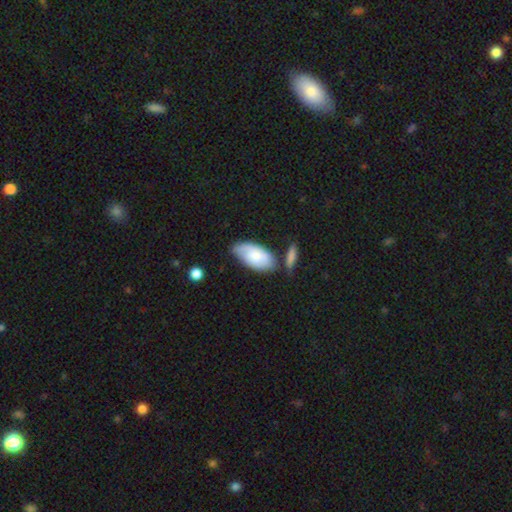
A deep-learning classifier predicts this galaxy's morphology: smooth-or-featured: smooth: 66% | featured or disk: 28% | star or artifact: 6%
  how-rounded: in between: 93% | cigar-shaped: 4% | round: 3%
  merging: none: 55% | minor disturbance: 24% | merger: 15% | major disturbance: 6%